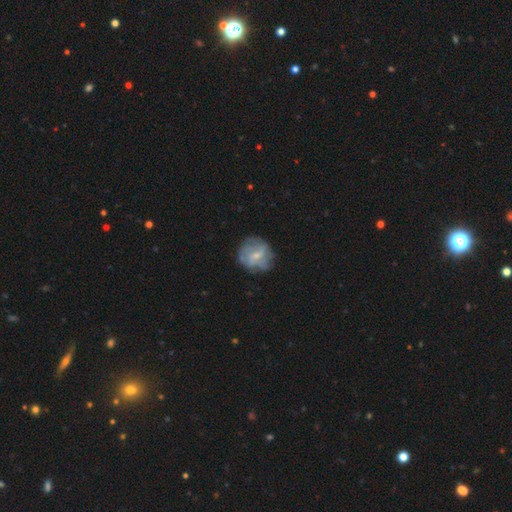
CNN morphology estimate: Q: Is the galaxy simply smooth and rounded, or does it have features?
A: featured or disk — 54%.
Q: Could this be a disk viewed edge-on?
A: no — 97%.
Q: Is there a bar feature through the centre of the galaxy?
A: weak — 50%.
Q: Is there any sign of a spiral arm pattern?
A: yes — 60%.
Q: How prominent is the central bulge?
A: small — 56%.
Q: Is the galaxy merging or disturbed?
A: none — 71%.